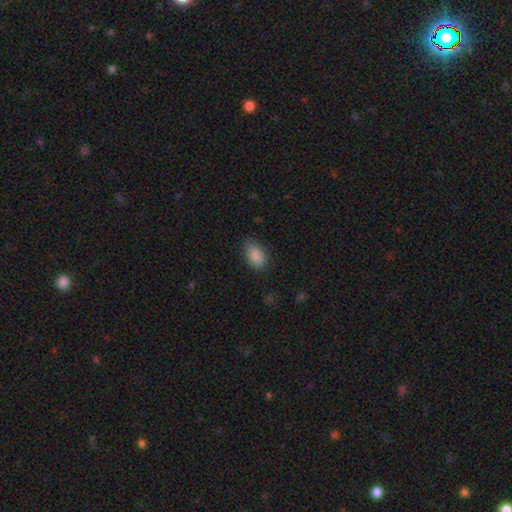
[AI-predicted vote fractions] A smooth galaxy with no disk features (88%) that is in between round and cigar-shaped (89%). Merging: none (75%).